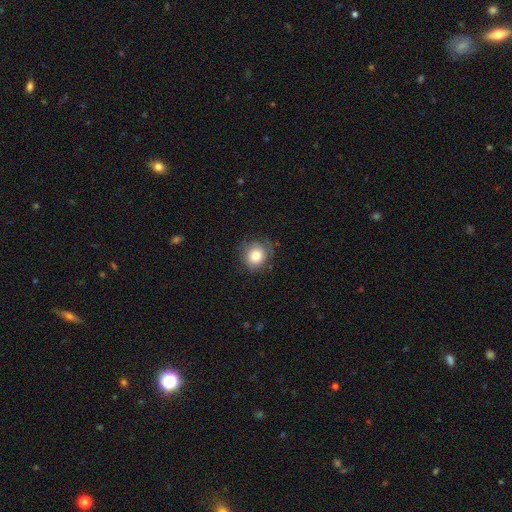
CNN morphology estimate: A smooth galaxy with no disk features (80%) that is round (85%).

Vote fractions:
- Smooth or featured? smooth: 80% / featured or disk: 12% / star or artifact: 8%
- How rounded? round: 85% / in between: 14% / cigar-shaped: 1%
- Merging? none: 71% / minor disturbance: 21% / major disturbance: 7% / merger: 1%